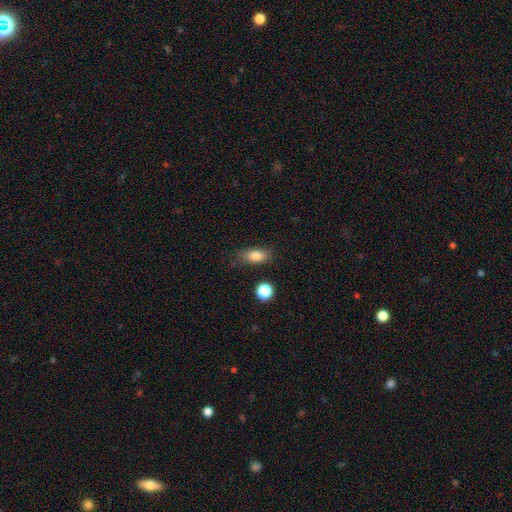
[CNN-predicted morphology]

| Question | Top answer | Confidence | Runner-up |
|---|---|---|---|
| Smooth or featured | smooth | 81% | star or artifact (9%) |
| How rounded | in between | 80% | cigar-shaped (11%) |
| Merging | none | 76% | minor disturbance (17%) |